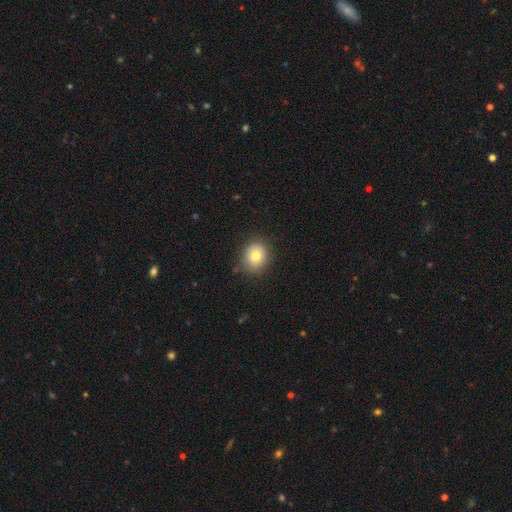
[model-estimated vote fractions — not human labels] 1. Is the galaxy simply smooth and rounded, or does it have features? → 79% smooth, 11% featured or disk, 10% star or artifact.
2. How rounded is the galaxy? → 70% round, 29% in between, 1% cigar-shaped.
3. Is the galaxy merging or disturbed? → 82% none, 13% minor disturbance, 3% major disturbance, 1% merger.